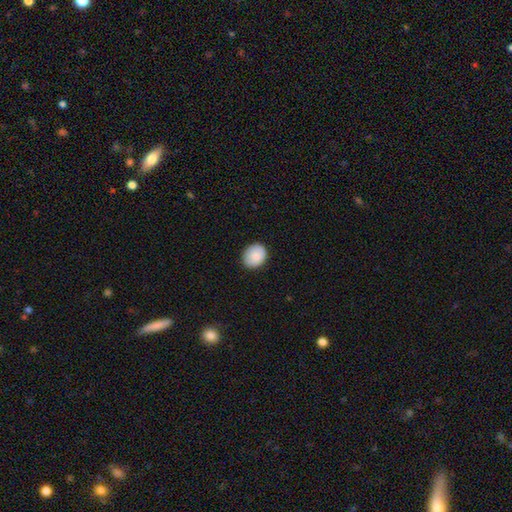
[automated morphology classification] Smooth or featured: smooth — 86% (star or artifact — 7%)
How rounded: round — 60% (in between — 39%)
Merging: none — 87% (minor disturbance — 10%)